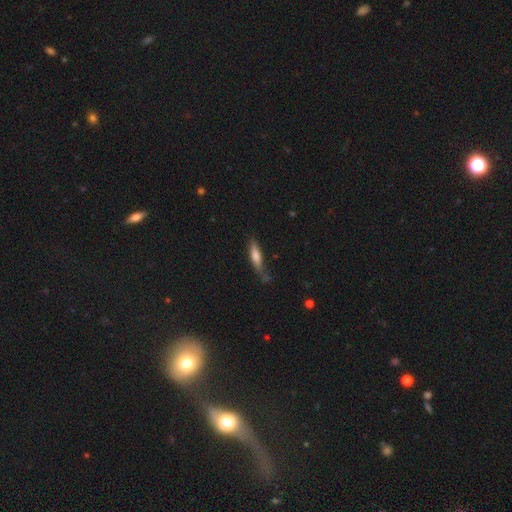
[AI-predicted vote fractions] Smooth or featured?
  - smooth: 66% *
  - featured or disk: 28%
  - star or artifact: 7%
How rounded?
  - cigar-shaped: 68% *
  - in between: 29%
  - round: 2%
Merging?
  - none: 55% *
  - minor disturbance: 29%
  - major disturbance: 12%
  - merger: 5%